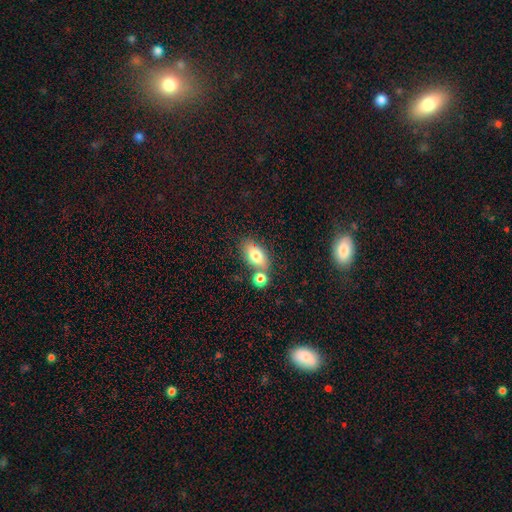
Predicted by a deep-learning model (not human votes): Overall: smooth (76%). How rounded: in between (84%). Merging: none (64%).